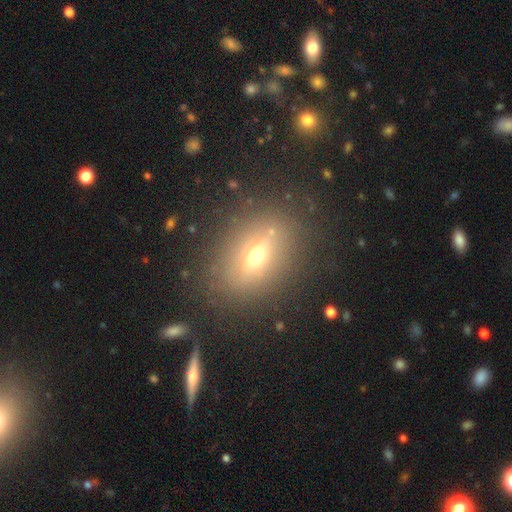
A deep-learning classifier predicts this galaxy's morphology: smooth 50%, featured or disk 31%, star or artifact 19%. Down the decision tree: merging — none (80%).